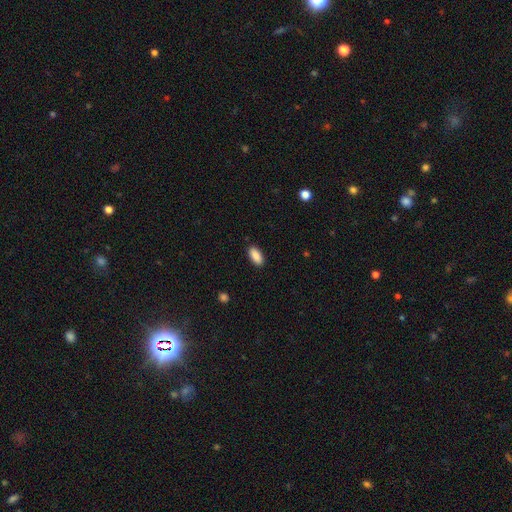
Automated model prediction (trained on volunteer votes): Smooth or featured? Predicted: smooth (p=0.90). How rounded? Predicted: in between (p=0.89). Merging? Predicted: none (p=0.89).